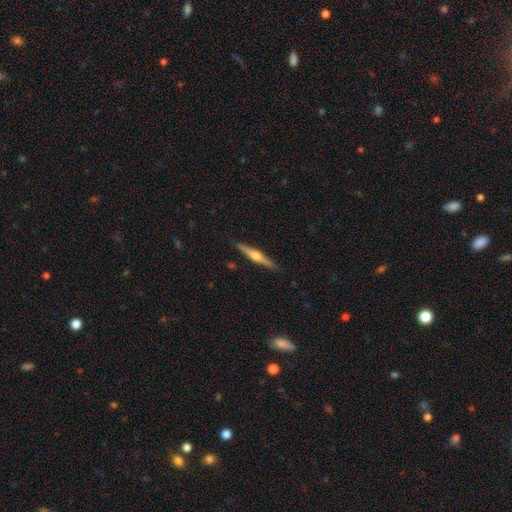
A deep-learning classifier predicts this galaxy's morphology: This appears to be a featured or disk galaxy (71%) viewed edge-on (98%) with a rounded central bulge (92%). Merging: none (90%).